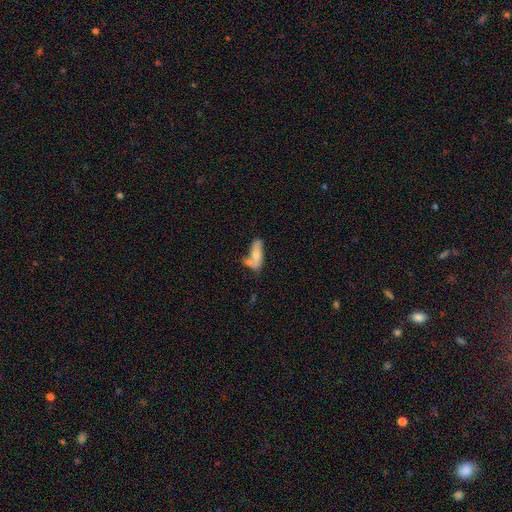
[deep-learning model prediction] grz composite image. It shows a smooth galaxy with no disk features (63%) that is in between round and cigar-shaped (69%). Merging: none (38%).